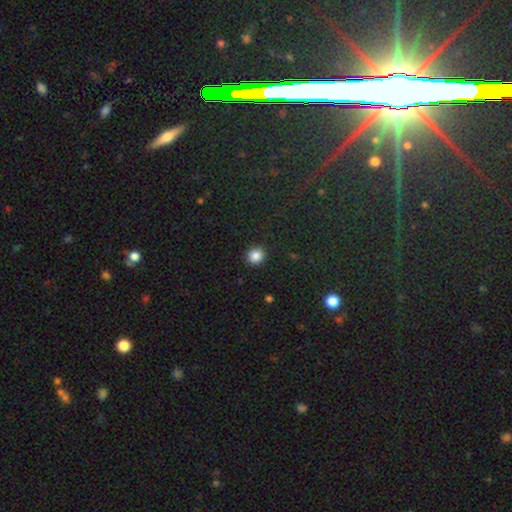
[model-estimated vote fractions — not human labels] A smooth galaxy with no disk features (86%) that is round (87%). Merging: none (92%).